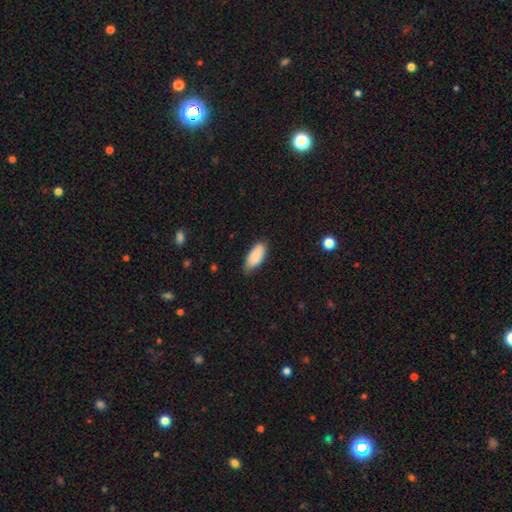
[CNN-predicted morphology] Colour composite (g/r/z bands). It shows a smooth galaxy with no disk features (84%) that is in between round and cigar-shaped (90%). Merging: none (70%).